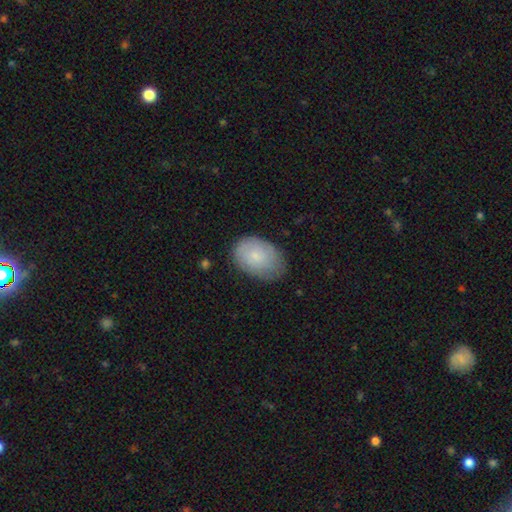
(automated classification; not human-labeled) A smooth galaxy with no disk features (74%) that is in between round and cigar-shaped (81%).

Vote fractions:
- Smooth or featured? smooth: 74% / featured or disk: 19% / star or artifact: 6%
- How rounded? in between: 81% / round: 18% / cigar-shaped: 1%
- Merging? none: 69% / minor disturbance: 25% / major disturbance: 5% / merger: 1%